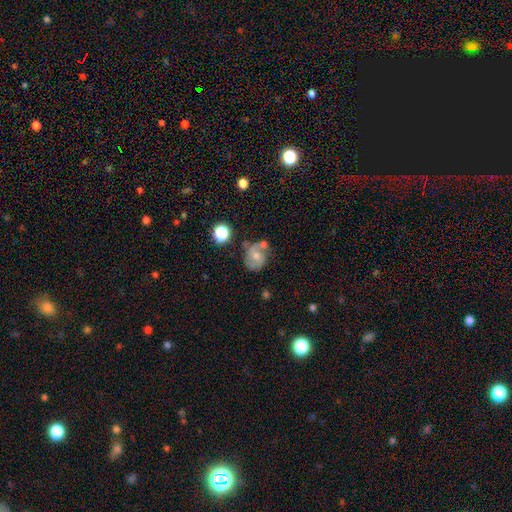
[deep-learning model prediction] Smooth or featured?
  - featured or disk: 55% *
  - smooth: 34%
  - star or artifact: 11%
Edge-on disk?
  - no: 97% *
  - yes: 3%
Bar?
  - no: 66% *
  - weak: 29%
  - strong: 6%
Spiral arms?
  - yes: 78% *
  - no: 22%
Bulge size?
  - moderate: 56% *
  - small: 35%
  - none: 4%
  - large: 4%
  - dominant: 1%
Merging?
  - none: 45% *
  - minor disturbance: 22%
  - merger: 22%
  - major disturbance: 11%